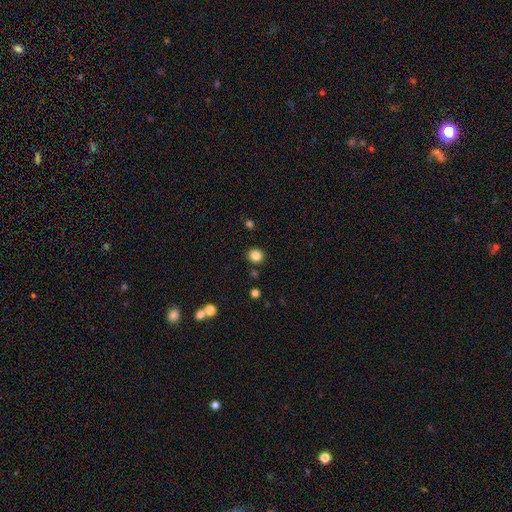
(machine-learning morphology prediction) A smooth galaxy with no disk features (84%) that is round (84%).

Vote fractions:
- Smooth or featured? smooth: 84% / star or artifact: 11% / featured or disk: 4%
- How rounded? round: 84% / in between: 15% / cigar-shaped: 1%
- Merging? none: 88% / minor disturbance: 7% / merger: 3% / major disturbance: 2%